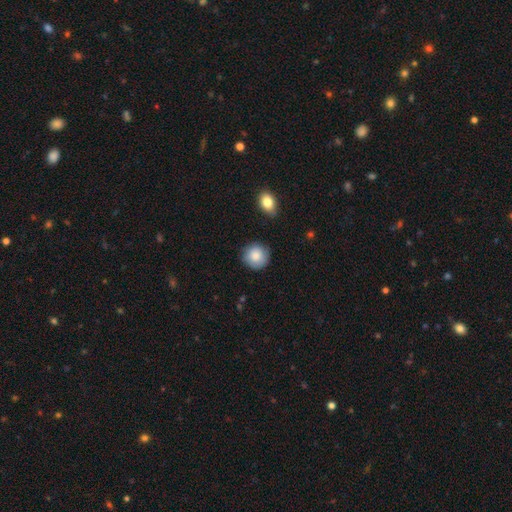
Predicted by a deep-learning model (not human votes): Smooth or featured? smooth (85%)
How rounded? round (92%)
Merging? none (83%)